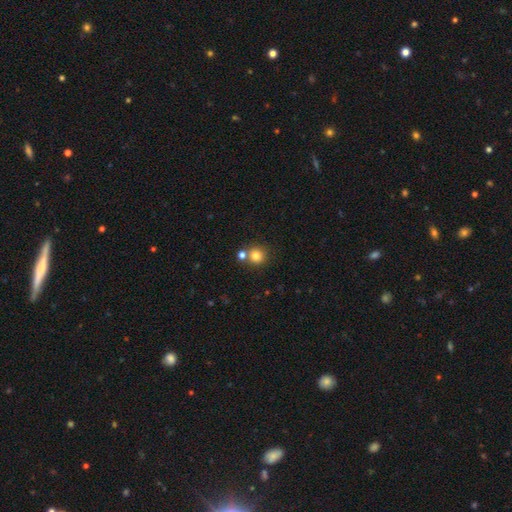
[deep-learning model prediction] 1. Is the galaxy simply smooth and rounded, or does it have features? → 80% smooth, 12% star or artifact, 8% featured or disk.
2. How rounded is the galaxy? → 91% round, 8% in between, 1% cigar-shaped.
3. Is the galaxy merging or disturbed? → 67% none, 23% merger, 7% minor disturbance, 2% major disturbance.